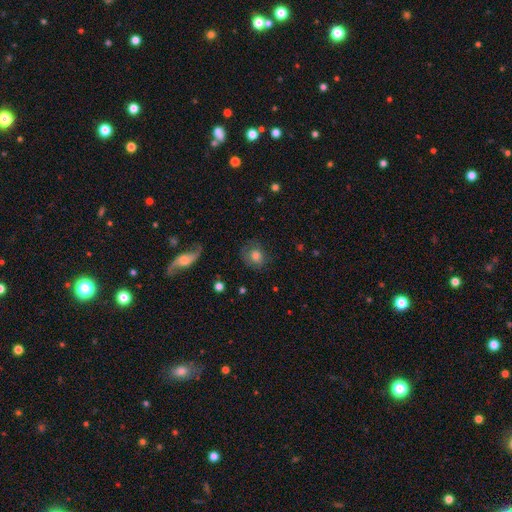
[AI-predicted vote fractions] A smooth galaxy with no disk features (69%) that is round (69%).

Vote fractions:
- Smooth or featured? smooth: 69% / featured or disk: 21% / star or artifact: 10%
- How rounded? round: 69% / in between: 30% / cigar-shaped: 1%
- Merging? none: 63% / minor disturbance: 21% / major disturbance: 14% / merger: 2%